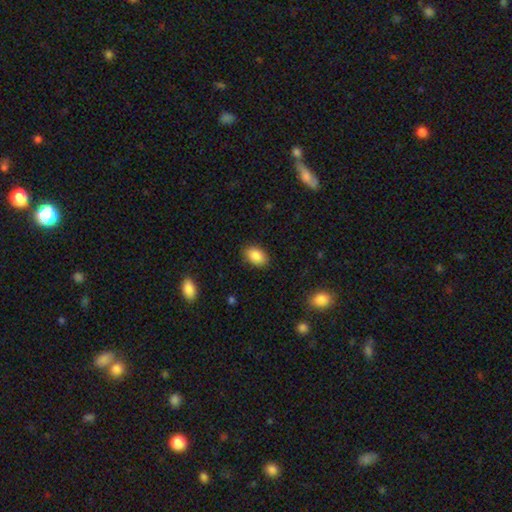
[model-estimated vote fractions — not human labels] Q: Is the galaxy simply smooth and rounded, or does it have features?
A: smooth — 87%.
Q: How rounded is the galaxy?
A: in between — 88%.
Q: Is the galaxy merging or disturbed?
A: none — 86%.